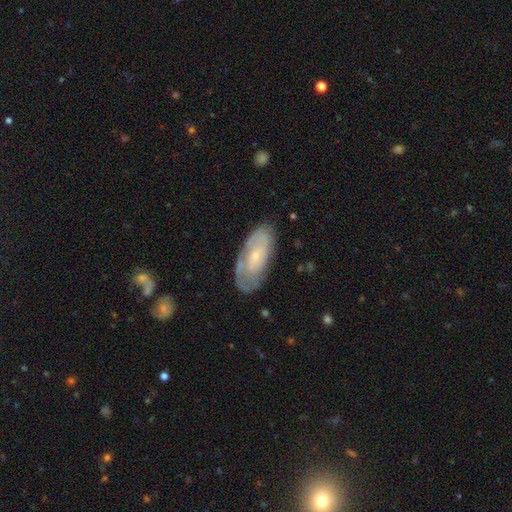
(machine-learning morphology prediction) This appears to be a featured or disk galaxy (60%) with no bar (75%), spiral arms (68%) and a small central bulge (72%). Merging: none (70%).